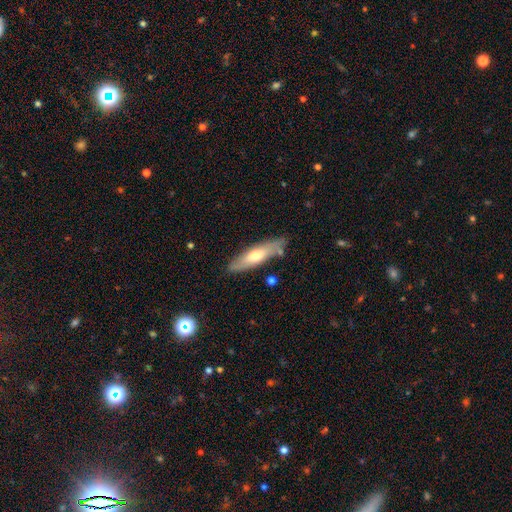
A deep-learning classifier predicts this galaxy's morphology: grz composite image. It shows a smooth galaxy with no disk features (54%) that is cigar-shaped (69%). Merging: none (81%).